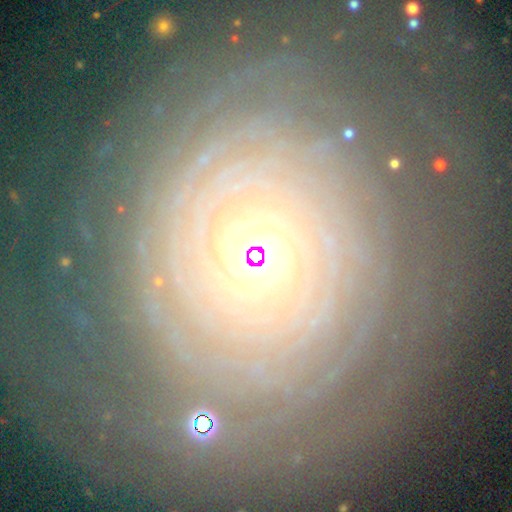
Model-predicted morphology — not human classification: featured or disk 66%, smooth 23%, star or artifact 11%. Down the decision tree: edge-on disk — no (96%); bar — no (86%); spiral arms — yes (63%); bulge size — moderate (47%); merging — none (71%).